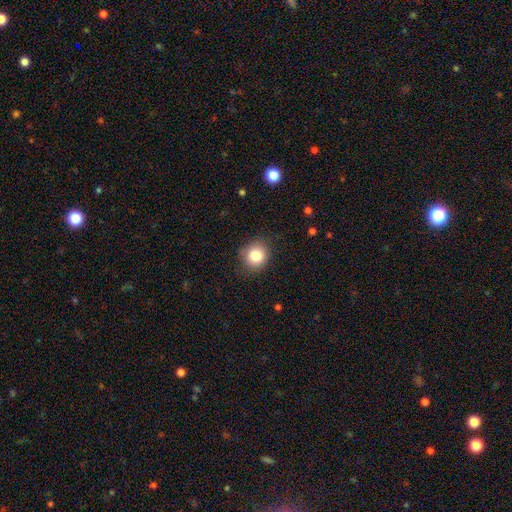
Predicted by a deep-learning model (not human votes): This appears to be a smooth galaxy with no disk features (83%) that is round (83%). Merging: none (83%).